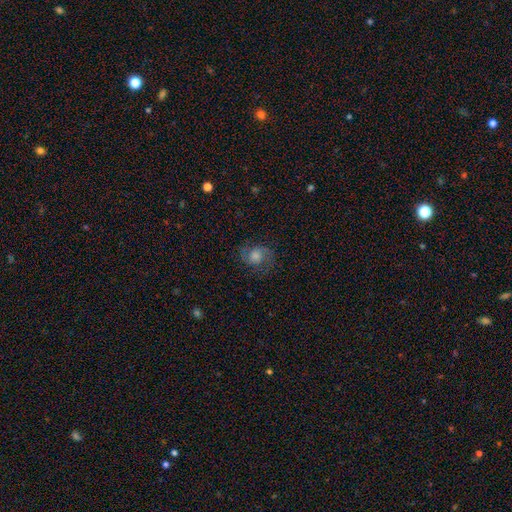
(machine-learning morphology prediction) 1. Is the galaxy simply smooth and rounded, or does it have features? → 59% featured or disk, 27% smooth, 14% star or artifact.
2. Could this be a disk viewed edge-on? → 97% no, 3% yes.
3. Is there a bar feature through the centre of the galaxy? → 63% no, 31% weak, 6% strong.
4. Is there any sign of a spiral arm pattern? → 91% yes, 9% no.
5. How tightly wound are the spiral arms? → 52% medium, 24% loose, 24% tight.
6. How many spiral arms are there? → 86% 2, 7% can't tell, 3% 1, 2% 3, 1% 4, 1% more than 4.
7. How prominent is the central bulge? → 49% moderate, 21% large, 21% small, 7% none, 3% dominant.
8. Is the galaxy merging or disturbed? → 76% none, 15% minor disturbance, 8% major disturbance, 1% merger.